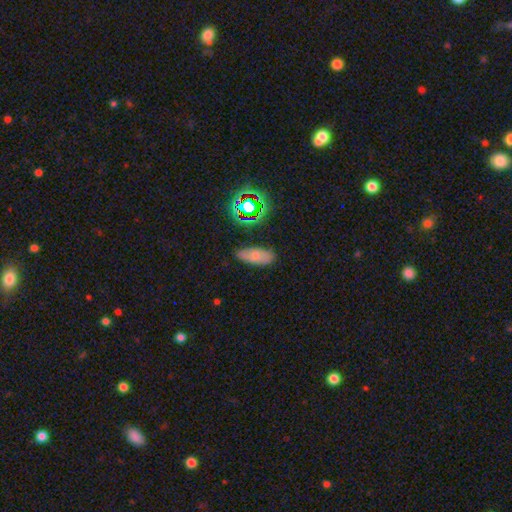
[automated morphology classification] Smooth or featured: smooth — 68% (featured or disk — 16%)
How rounded: in between — 83% (cigar-shaped — 13%)
Merging: none — 76% (minor disturbance — 17%)